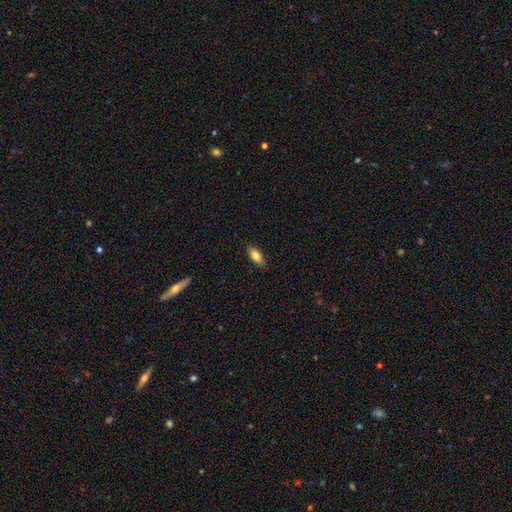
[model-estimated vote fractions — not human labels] A smooth galaxy with no disk features (79%) that is in between round and cigar-shaped (83%). Merging: none (88%).